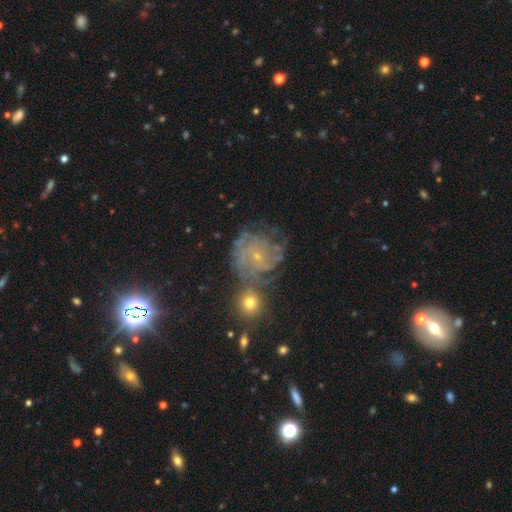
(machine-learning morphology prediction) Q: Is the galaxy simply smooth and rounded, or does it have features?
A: featured or disk — 75%.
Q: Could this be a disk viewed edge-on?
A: no — 97%.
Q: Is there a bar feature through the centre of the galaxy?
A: no — 73%.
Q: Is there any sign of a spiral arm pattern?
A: yes — 90%.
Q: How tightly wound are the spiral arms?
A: tight — 64%.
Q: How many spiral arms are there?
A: can't tell — 41%.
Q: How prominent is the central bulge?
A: small — 84%.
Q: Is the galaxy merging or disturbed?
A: none — 53%.